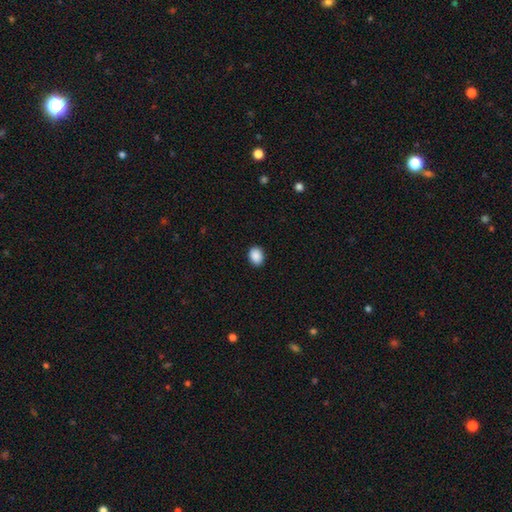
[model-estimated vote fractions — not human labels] Smooth or featured? smooth (90%)
How rounded? in between (57%)
Merging? none (91%)